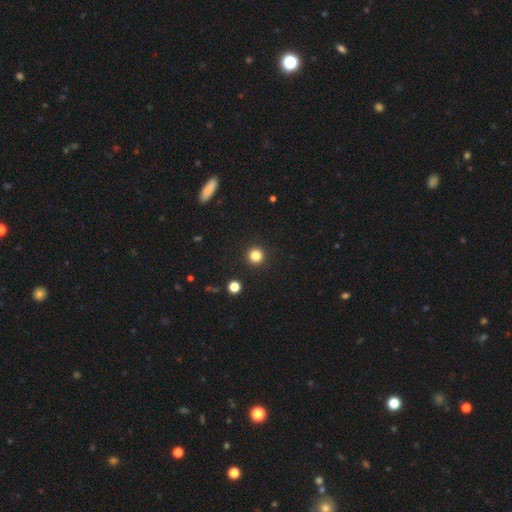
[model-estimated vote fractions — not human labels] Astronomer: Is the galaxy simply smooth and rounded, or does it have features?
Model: smooth — 83%.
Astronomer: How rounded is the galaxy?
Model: round — 95%.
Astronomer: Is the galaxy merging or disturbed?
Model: none — 93%.